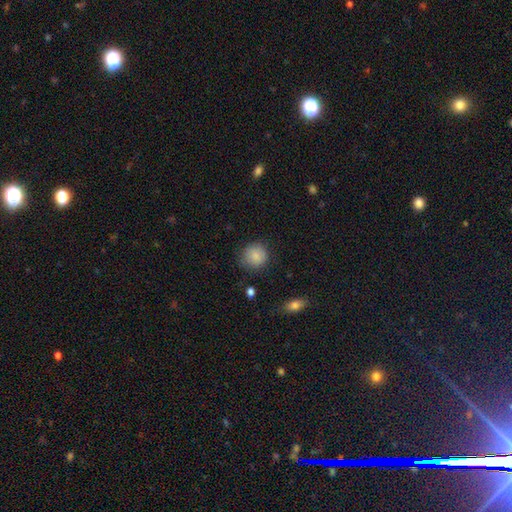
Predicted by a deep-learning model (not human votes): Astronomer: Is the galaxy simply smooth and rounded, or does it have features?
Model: smooth — 86%.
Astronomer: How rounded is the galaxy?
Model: round — 87%.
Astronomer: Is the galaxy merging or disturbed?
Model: none — 80%.